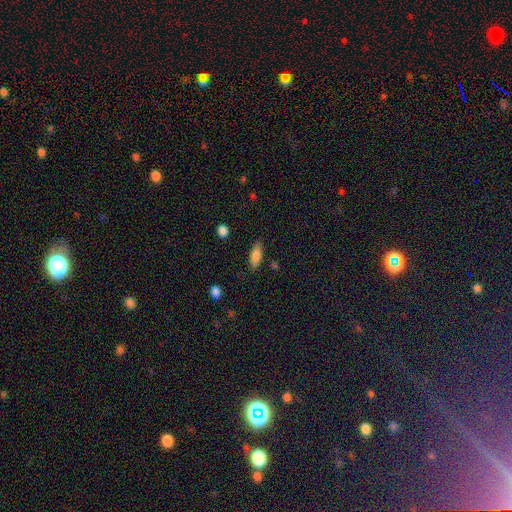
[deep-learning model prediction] Q: Smooth or featured?
A: smooth (81%); runner-up: featured or disk (12%)
Q: How rounded?
A: in between (71%); runner-up: cigar-shaped (26%)
Q: Merging?
A: none (82%); runner-up: minor disturbance (13%)